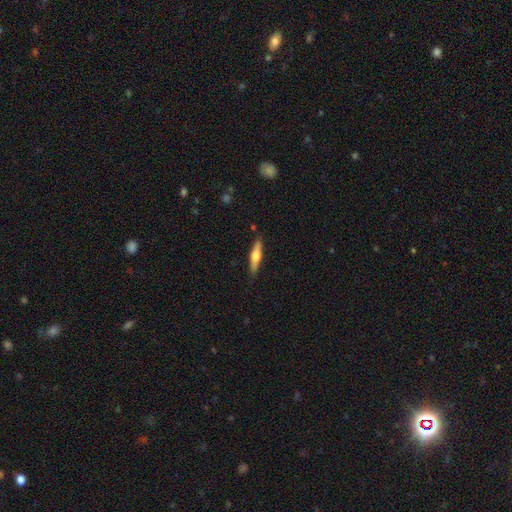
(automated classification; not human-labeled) A featured or disk galaxy (56%) viewed edge-on (96%) with a rounded central bulge (90%). Merging: none (87%).